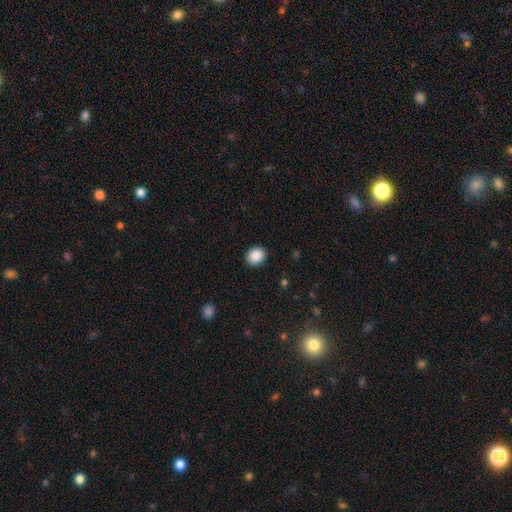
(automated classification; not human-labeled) smooth 89%, star or artifact 8%, featured or disk 3%. Down the decision tree: how rounded — round (65%); merging — none (91%).